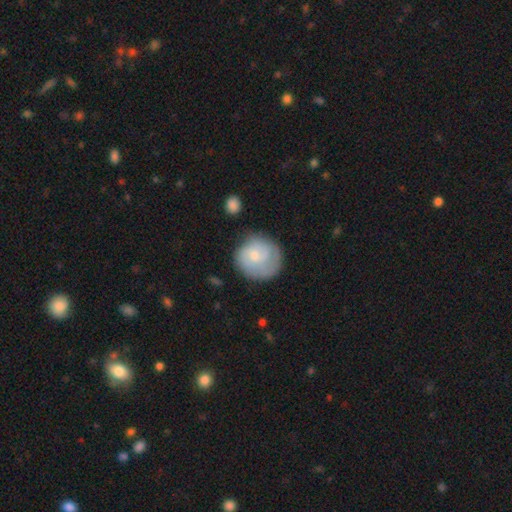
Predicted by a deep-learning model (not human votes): Smooth or featured? featured or disk (49%)
Merging? none (66%)